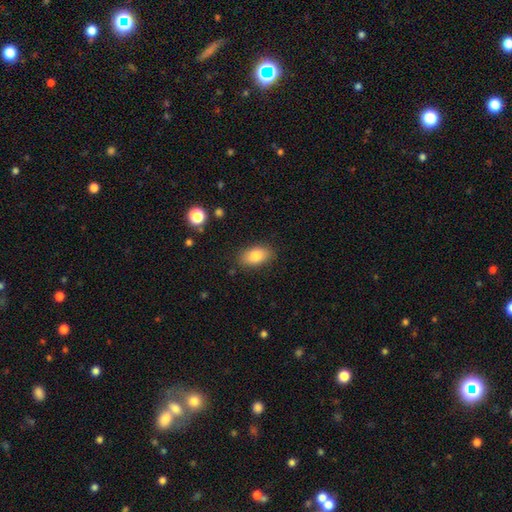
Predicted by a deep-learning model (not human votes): smooth 84%, featured or disk 9%, star or artifact 7%. Down the decision tree: how rounded — in between (91%); merging — none (85%).